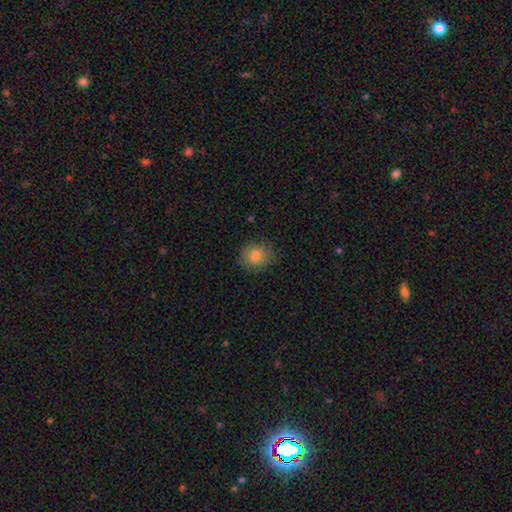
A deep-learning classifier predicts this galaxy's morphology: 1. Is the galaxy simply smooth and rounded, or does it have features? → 82% smooth, 9% star or artifact, 9% featured or disk.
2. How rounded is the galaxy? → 75% round, 24% in between, 1% cigar-shaped.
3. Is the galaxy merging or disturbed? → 81% none, 15% minor disturbance, 4% major disturbance, 1% merger.